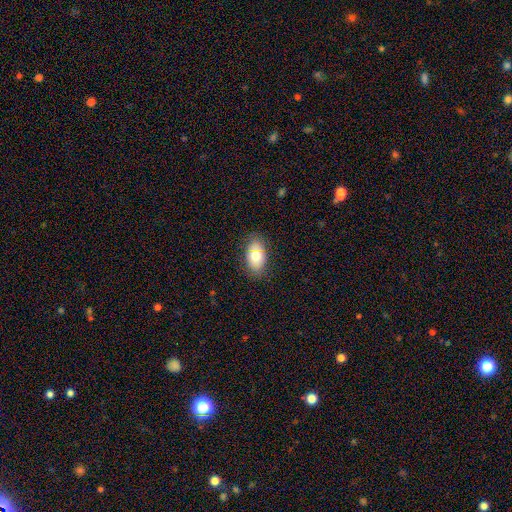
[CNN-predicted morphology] Smooth or featured? smooth (72%)
How rounded? in between (88%)
Merging? none (79%)